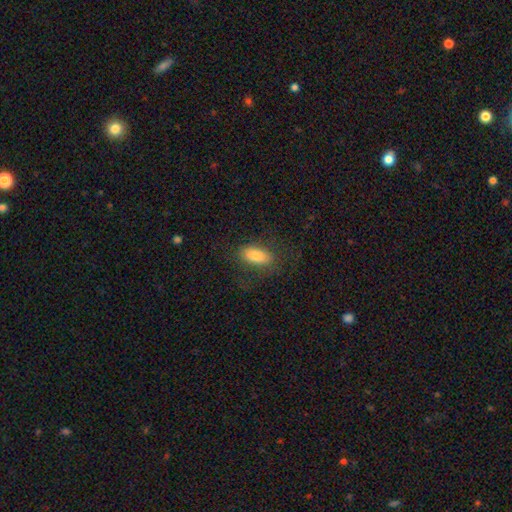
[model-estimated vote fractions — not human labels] Q: Smooth or featured?
A: smooth (78%); runner-up: featured or disk (14%)
Q: How rounded?
A: in between (86%); runner-up: cigar-shaped (10%)
Q: Merging?
A: none (74%); runner-up: minor disturbance (16%)